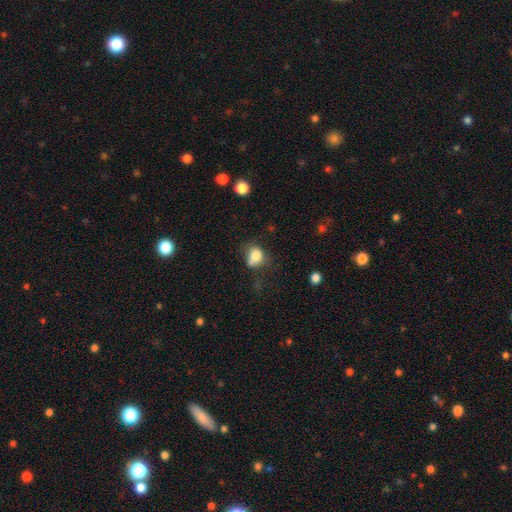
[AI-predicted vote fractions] Smooth or featured? smooth (78%)
How rounded? round (59%)
Merging? none (45%)